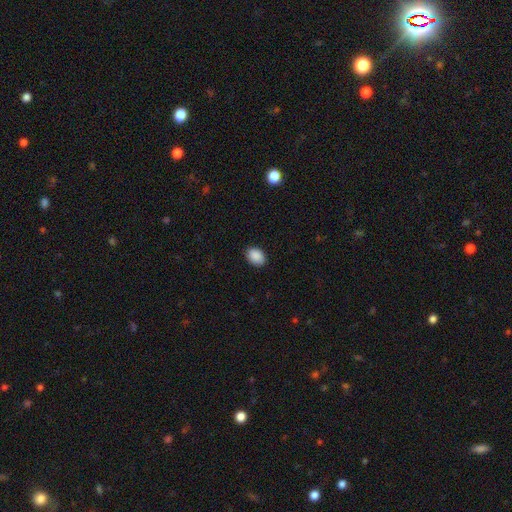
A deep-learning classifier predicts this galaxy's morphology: Smooth or featured? Predicted: smooth (p=0.89). How rounded? Predicted: in between (p=0.76). Merging? Predicted: none (p=0.86).